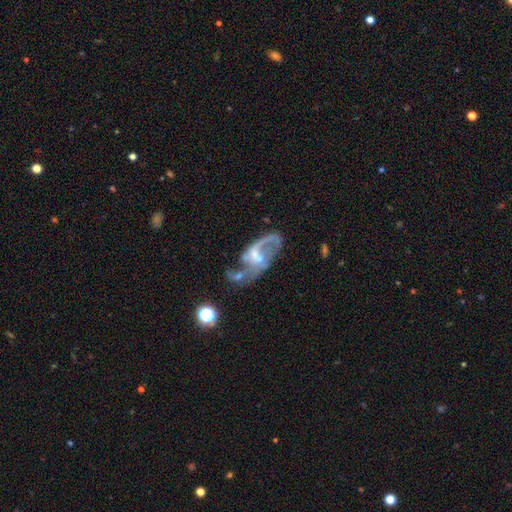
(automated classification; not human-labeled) Q: Smooth or featured?
A: featured or disk (81%); runner-up: smooth (10%)
Q: Edge-on disk?
A: no (96%); runner-up: yes (4%)
Q: Bar?
A: weak (48%); runner-up: no (34%)
Q: Spiral arms?
A: yes (85%); runner-up: no (15%)
Q: Spiral winding?
A: loose (62%); runner-up: medium (30%)
Q: Spiral arm count?
A: 2 (70%); runner-up: 1 (17%)
Q: Bulge size?
A: small (47%); runner-up: moderate (26%)
Q: Merging?
A: none (36%); runner-up: major disturbance (28%)